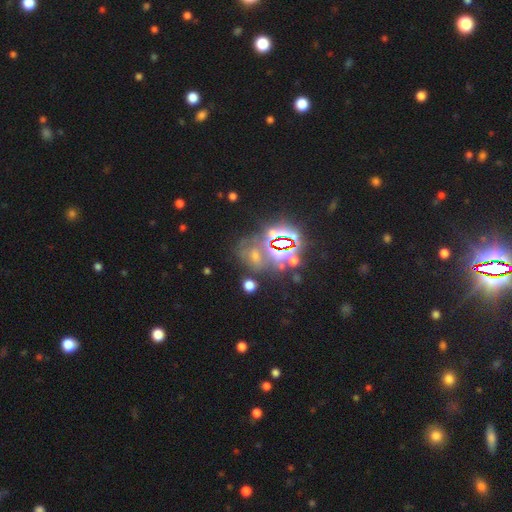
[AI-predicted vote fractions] Overall: star or artifact (69%).